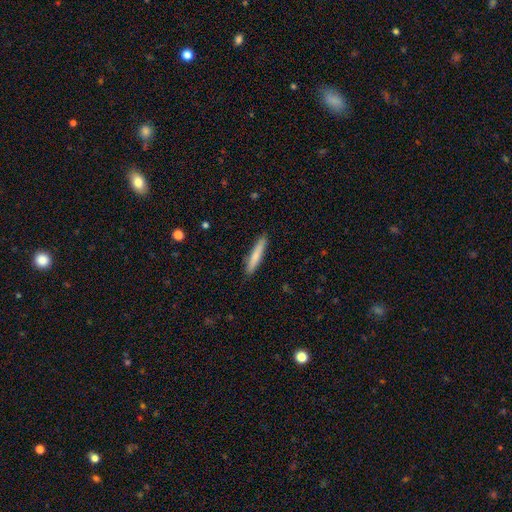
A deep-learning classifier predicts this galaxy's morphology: A smooth galaxy with no disk features (77%) that is cigar-shaped (93%). Merging: none (89%).